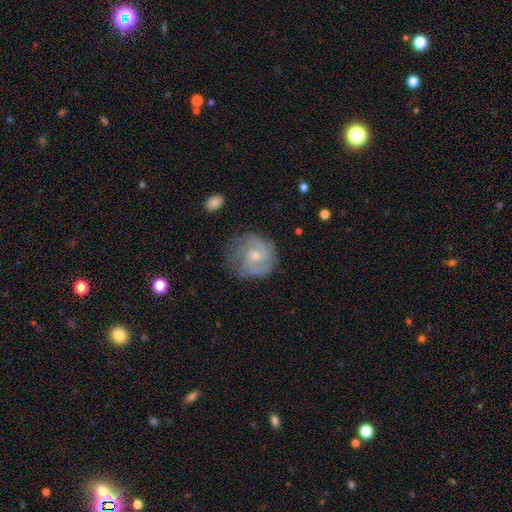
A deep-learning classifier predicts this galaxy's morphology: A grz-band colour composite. It shows a featured or disk galaxy (78%) with no bar (60%), 2 (33%) tight (48%) spiral arms (93%) and a moderate central bulge (51%). Merging: none (68%).